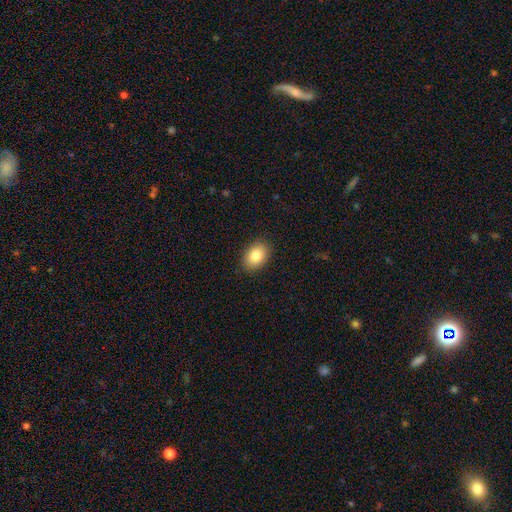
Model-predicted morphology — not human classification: Overall: smooth (84%). How rounded: in between (83%). Merging: none (88%).